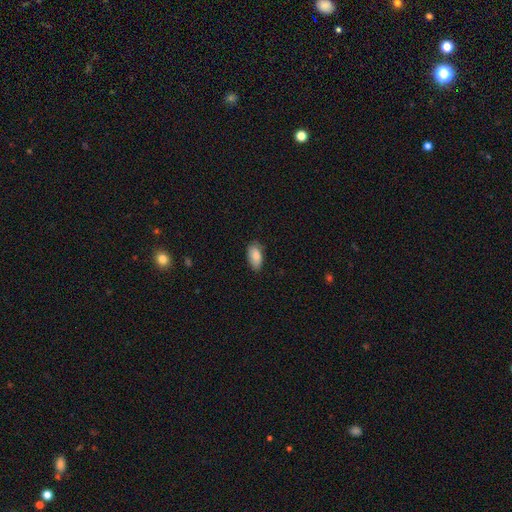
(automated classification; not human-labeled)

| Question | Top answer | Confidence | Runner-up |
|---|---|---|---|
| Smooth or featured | smooth | 85% | featured or disk (9%) |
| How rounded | in between | 93% | cigar-shaped (4%) |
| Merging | none | 74% | minor disturbance (22%) |